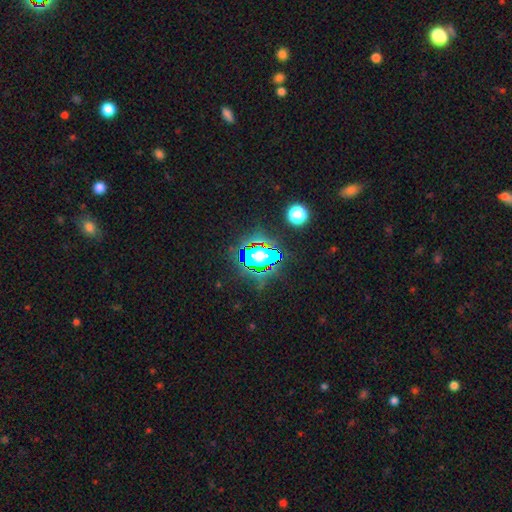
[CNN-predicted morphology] Smooth or featured? Predicted: star or artifact (p=0.58).